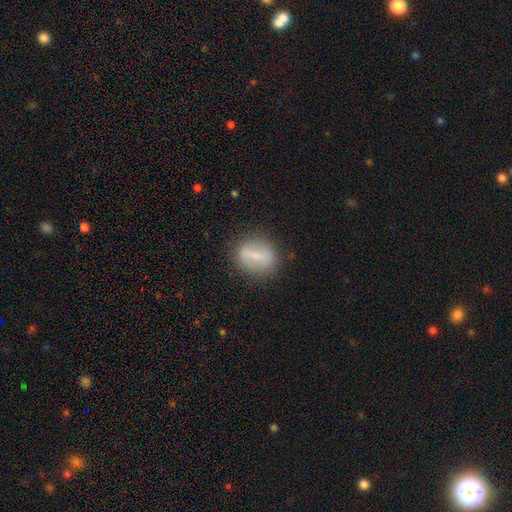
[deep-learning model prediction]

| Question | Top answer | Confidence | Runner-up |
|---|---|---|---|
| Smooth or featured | smooth | 62% | featured or disk (30%) |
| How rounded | round | 50% | in between (46%) |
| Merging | none | 81% | minor disturbance (13%) |